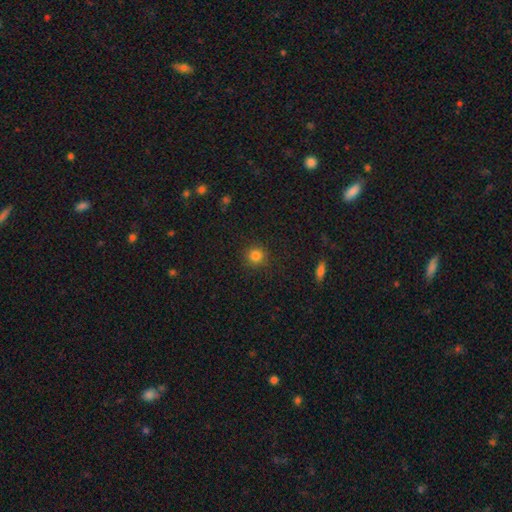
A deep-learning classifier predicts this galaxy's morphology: Smooth or featured?
  - smooth: 82% *
  - star or artifact: 13%
  - featured or disk: 5%
How rounded?
  - round: 92% *
  - in between: 7%
  - cigar-shaped: 1%
Merging?
  - none: 89% *
  - minor disturbance: 8%
  - major disturbance: 3%
  - merger: 1%